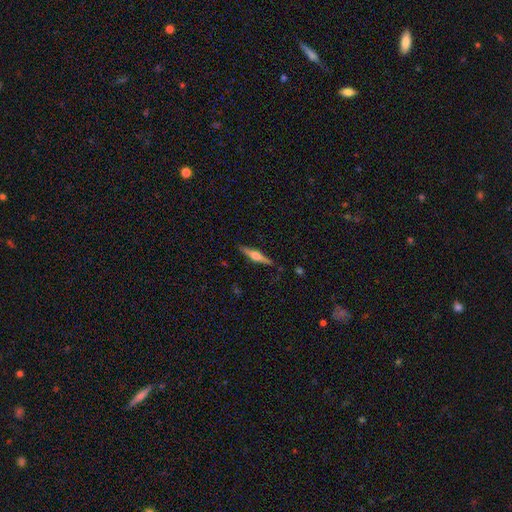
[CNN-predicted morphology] Smooth or featured: featured or disk — 70% (smooth — 24%)
Edge-on disk: yes — 98% (no — 2%)
Edge-on bulge: rounded — 93% (boxy — 5%)
Merging: none — 89% (minor disturbance — 8%)